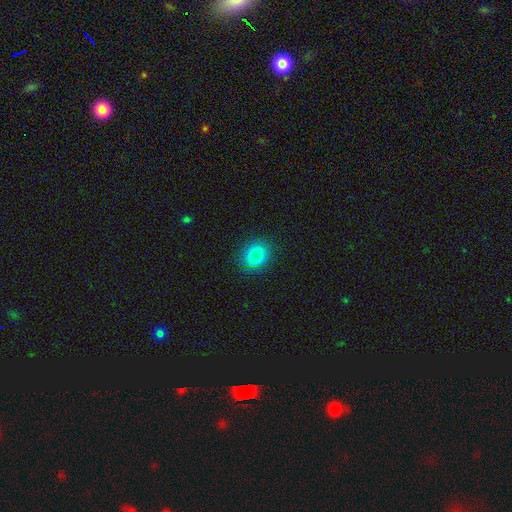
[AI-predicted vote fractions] smooth 81%, star or artifact 11%, featured or disk 8%. Down the decision tree: how rounded — round (74%); merging — none (87%).